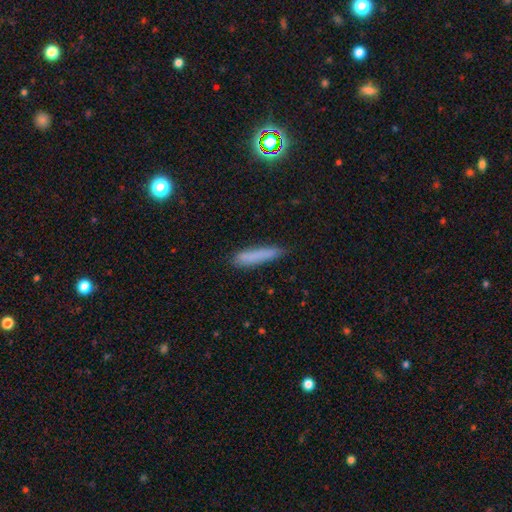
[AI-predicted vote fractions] The model was most divided on "smooth or featured": smooth: 79%, featured or disk: 11%, star or artifact: 9%. More confident: how rounded — cigar-shaped (90%); merging — none (82%).